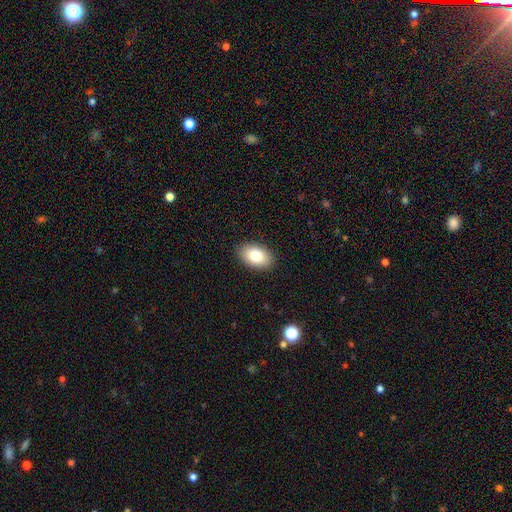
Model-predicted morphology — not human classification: This appears to be a smooth galaxy with no disk features (81%) that is in between round and cigar-shaped (90%). Merging: none (90%).